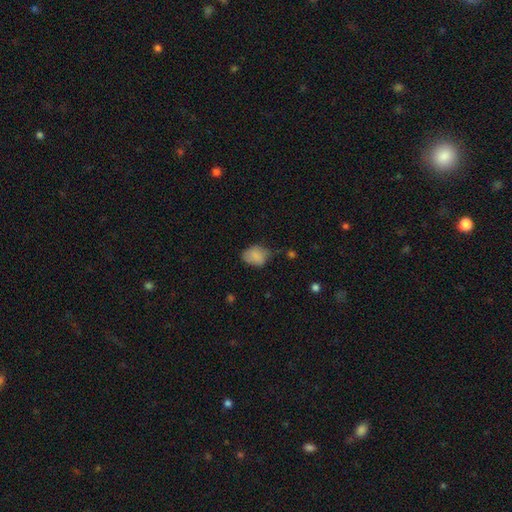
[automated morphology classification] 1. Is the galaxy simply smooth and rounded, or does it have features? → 82% smooth, 9% star or artifact, 9% featured or disk.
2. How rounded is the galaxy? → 66% in between, 33% round, 1% cigar-shaped.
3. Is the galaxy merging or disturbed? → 52% none, 36% minor disturbance, 10% major disturbance, 2% merger.